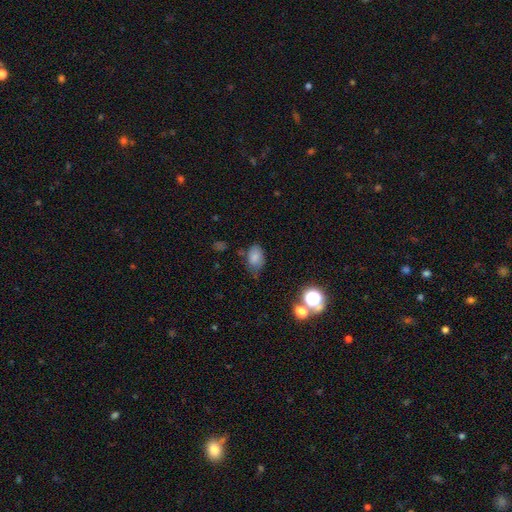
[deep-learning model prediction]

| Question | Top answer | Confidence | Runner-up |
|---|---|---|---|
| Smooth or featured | smooth | 79% | star or artifact (12%) |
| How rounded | in between | 84% | round (14%) |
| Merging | none | 54% | minor disturbance (33%) |